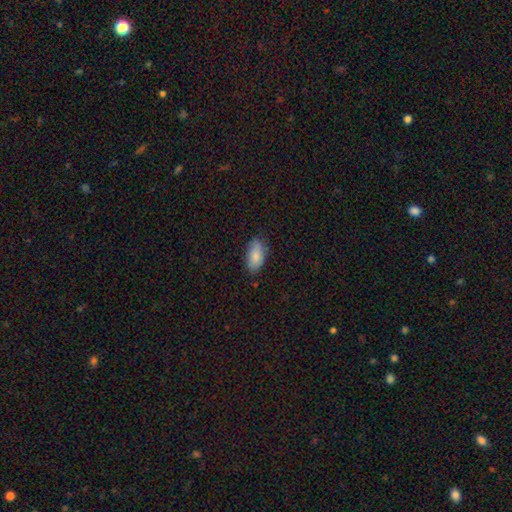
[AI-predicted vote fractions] A smooth galaxy with no disk features (84%) that is in between round and cigar-shaped (92%). Merging: none (76%).